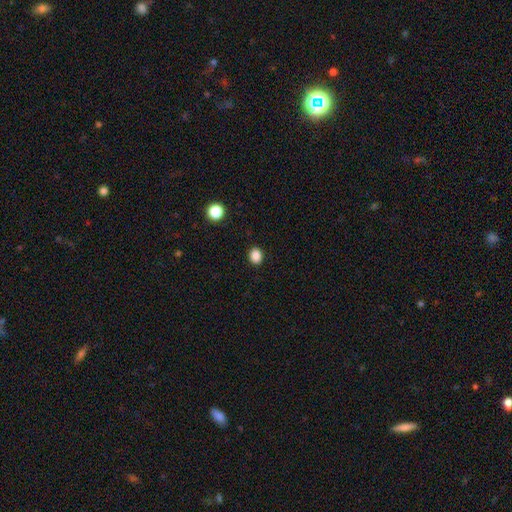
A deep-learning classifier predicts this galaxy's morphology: smooth 87%, star or artifact 10%, featured or disk 3%. Down the decision tree: how rounded — round (52%); merging — none (90%).